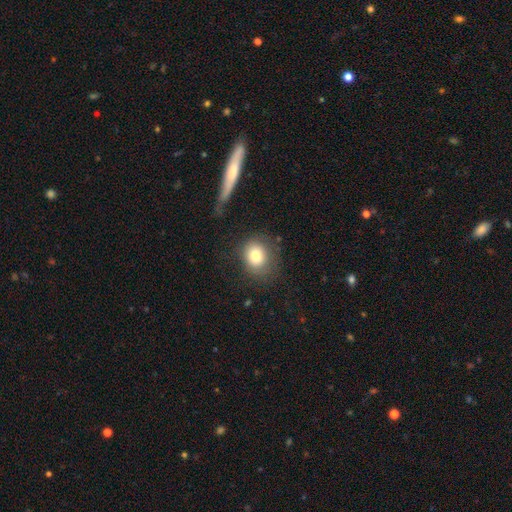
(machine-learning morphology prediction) This appears to be a smooth galaxy with no disk features (77%) that is round (73%). Merging: none (72%).